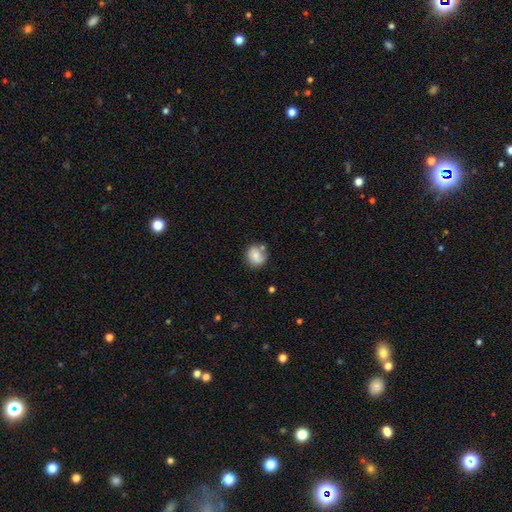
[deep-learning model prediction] smooth-or-featured: smooth: 74% | featured or disk: 17% | star or artifact: 9%
  how-rounded: round: 76% | in between: 23% | cigar-shaped: 1%
  merging: none: 62% | minor disturbance: 21% | merger: 12% | major disturbance: 6%